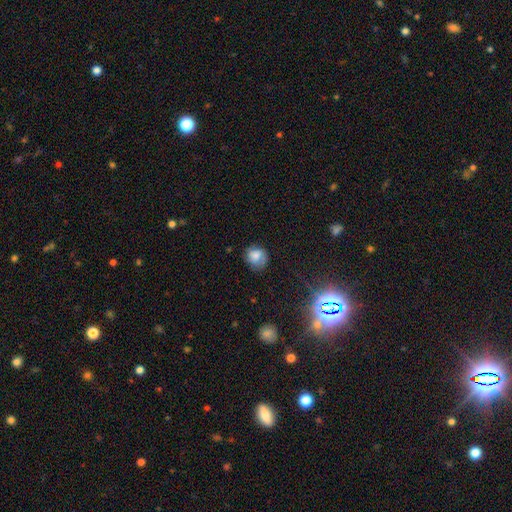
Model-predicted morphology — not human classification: Q: Smooth or featured?
A: smooth (66%); runner-up: featured or disk (21%)
Q: How rounded?
A: round (73%); runner-up: in between (26%)
Q: Merging?
A: none (66%); runner-up: minor disturbance (24%)